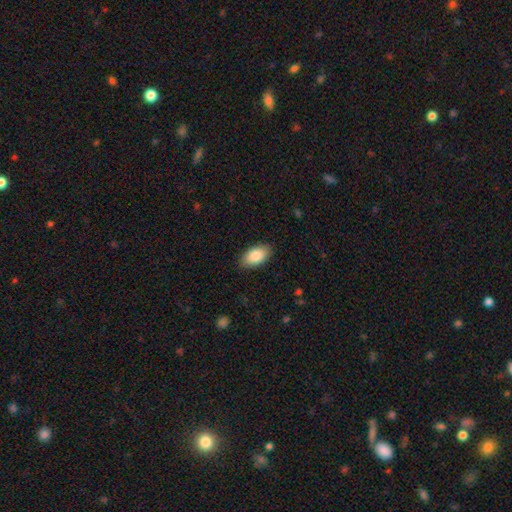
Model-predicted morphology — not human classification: This is clearly a smooth galaxy (88%). How rounded: clearly in between (94%). Merging: clearly none (86%).